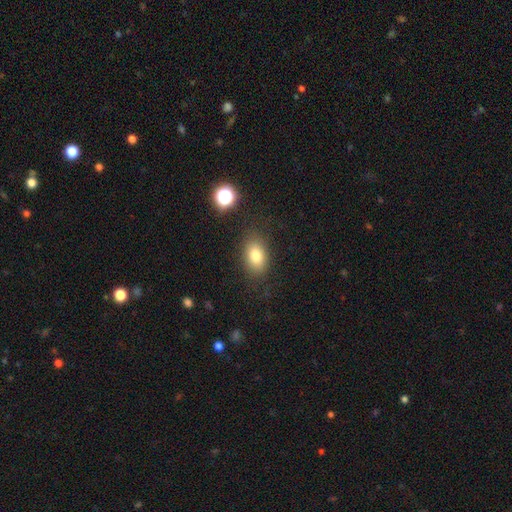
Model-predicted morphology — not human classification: smooth_or_featured: smooth (p=0.79) [alt: star or artifact p=0.11]
how_rounded: in between (p=0.84) [alt: round p=0.15]
merging: none (p=0.82) [alt: minor disturbance p=0.12]